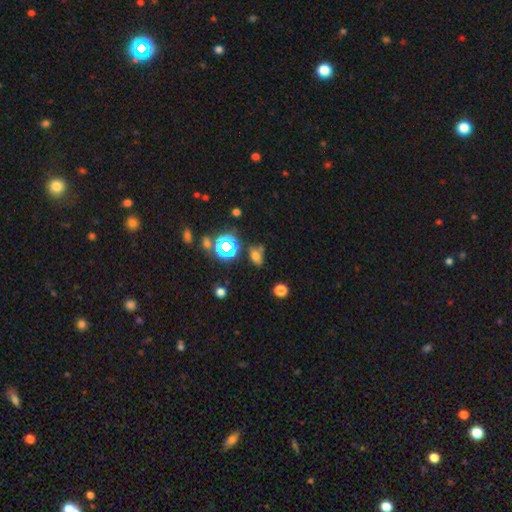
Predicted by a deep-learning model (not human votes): This appears to be a smooth galaxy with no disk features (63%) that is in between round and cigar-shaped (72%). Merging: none (60%).